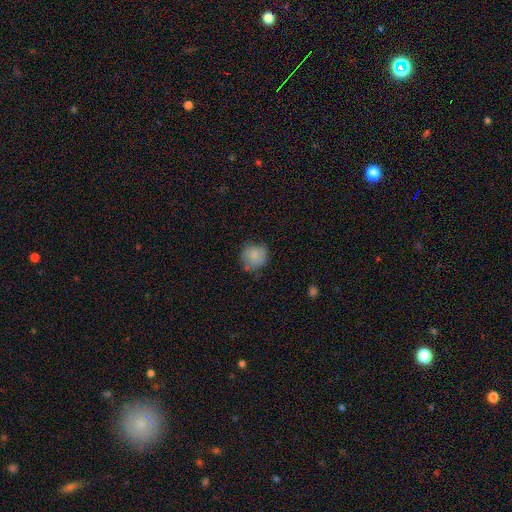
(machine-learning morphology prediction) Smooth or featured: smooth — 78% (featured or disk — 14%)
How rounded: round — 86% (in between — 13%)
Merging: none — 69% (minor disturbance — 22%)